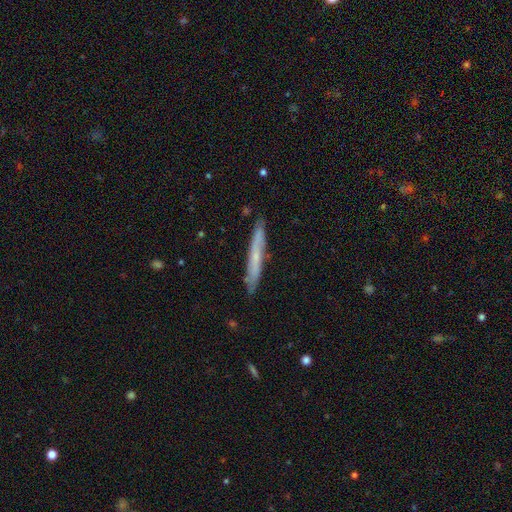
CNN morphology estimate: type=featured or disk (50%); merging=none (86%).